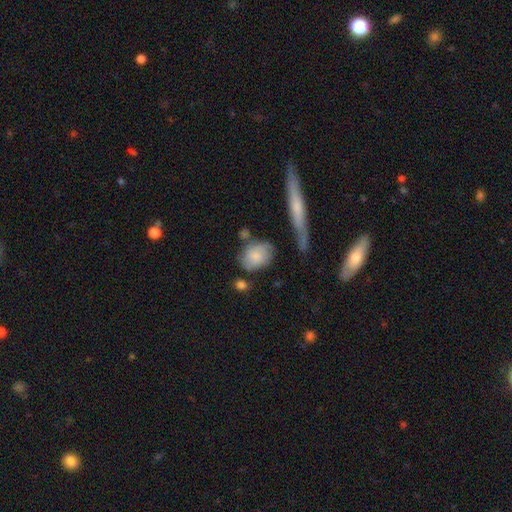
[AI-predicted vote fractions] smooth-or-featured: smooth: 74% | featured or disk: 19% | star or artifact: 7%
  how-rounded: in between: 66% | round: 31% | cigar-shaped: 3%
  merging: none: 57% | minor disturbance: 24% | merger: 11% | major disturbance: 9%